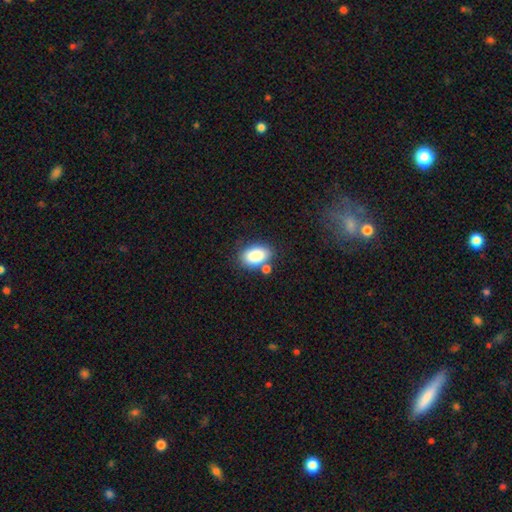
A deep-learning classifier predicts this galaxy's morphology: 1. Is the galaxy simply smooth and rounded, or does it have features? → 86% smooth, 8% star or artifact, 6% featured or disk.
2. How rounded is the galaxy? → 88% in between, 11% round, 1% cigar-shaped.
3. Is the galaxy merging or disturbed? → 68% none, 14% minor disturbance, 14% merger, 4% major disturbance.